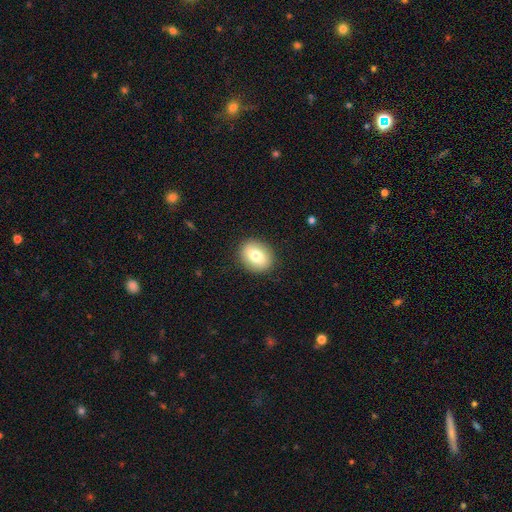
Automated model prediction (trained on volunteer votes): smooth 76%, featured or disk 16%, star or artifact 8%. Down the decision tree: how rounded — round (50%); merging — none (89%).